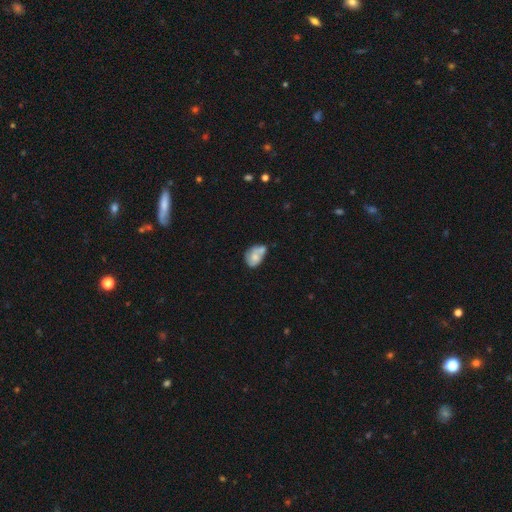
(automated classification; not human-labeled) smooth_or_featured: smooth (p=0.54) [alt: featured or disk p=0.38]
how_rounded: in between (p=0.71) [alt: round p=0.28]
merging: merger (p=0.41) [alt: none p=0.24]